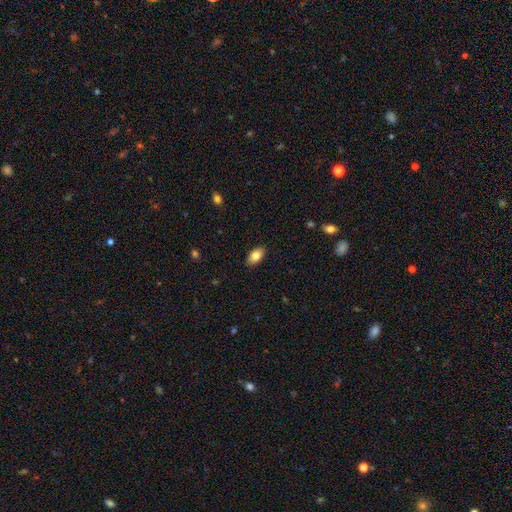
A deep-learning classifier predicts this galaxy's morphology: Smooth or featured? smooth (80%)
How rounded? in between (92%)
Merging? none (88%)